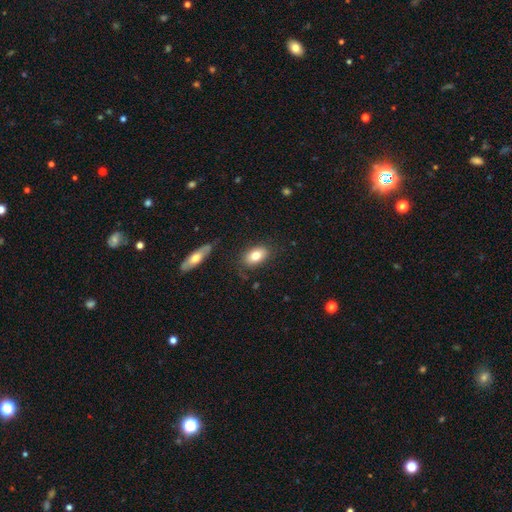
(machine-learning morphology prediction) smooth 78%, featured or disk 15%, star or artifact 8%. Down the decision tree: how rounded — in between (87%); merging — none (80%).